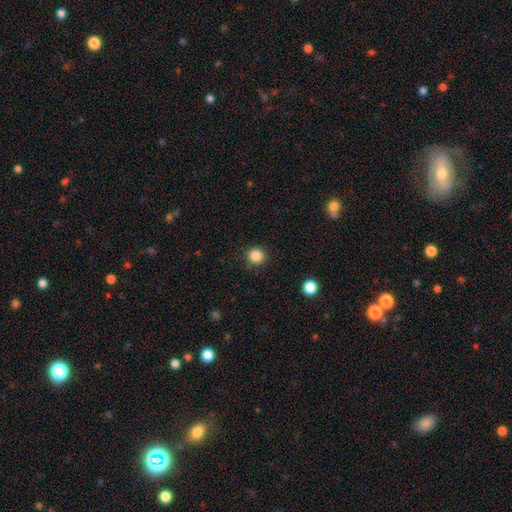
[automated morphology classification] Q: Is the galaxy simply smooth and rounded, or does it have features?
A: smooth — 85%.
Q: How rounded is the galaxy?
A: round — 93%.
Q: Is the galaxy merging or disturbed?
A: none — 89%.